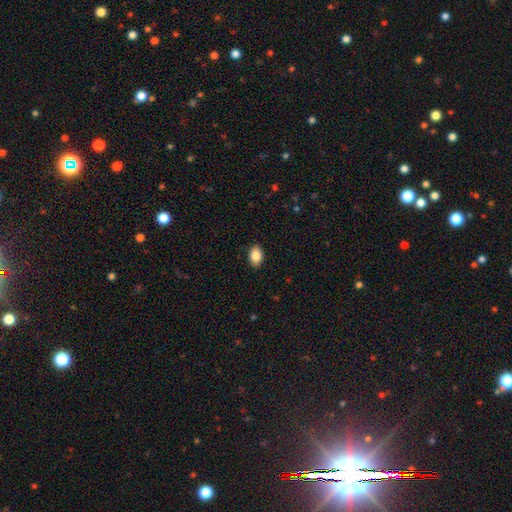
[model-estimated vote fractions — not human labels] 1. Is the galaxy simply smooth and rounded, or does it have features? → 88% smooth, 8% star or artifact, 5% featured or disk.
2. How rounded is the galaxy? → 85% in between, 14% round, 1% cigar-shaped.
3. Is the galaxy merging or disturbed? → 88% none, 9% minor disturbance, 2% major disturbance, 1% merger.